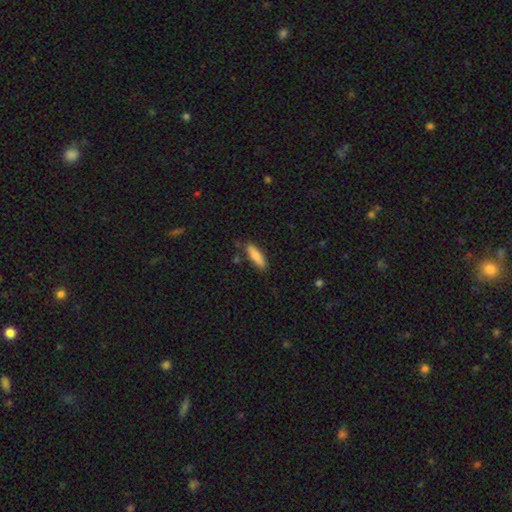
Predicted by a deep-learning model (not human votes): Smooth or featured? Predicted: smooth (p=0.84). How rounded? Predicted: cigar-shaped (p=0.63). Merging? Predicted: none (p=0.84).